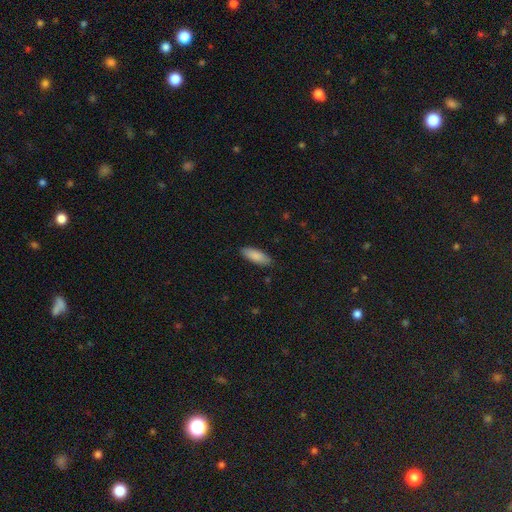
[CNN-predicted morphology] smooth_or_featured: smooth (p=0.88) [alt: featured or disk p=0.06]
how_rounded: in between (p=0.73) [alt: cigar-shaped p=0.26]
merging: none (p=0.87) [alt: minor disturbance p=0.10]